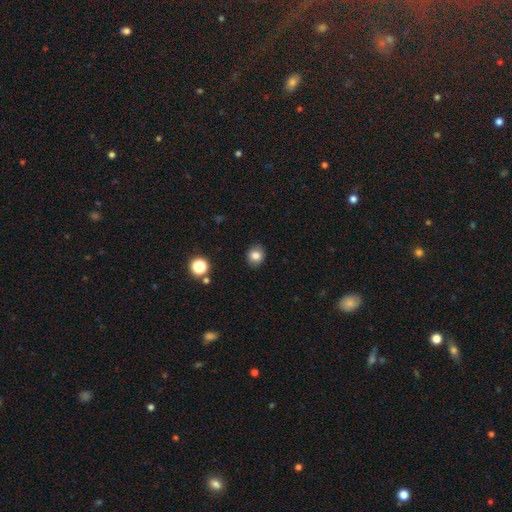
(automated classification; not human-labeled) A smooth galaxy with no disk features (81%) that is round (72%).

Vote fractions:
- Smooth or featured? smooth: 81% / star or artifact: 12% / featured or disk: 8%
- How rounded? round: 72% / in between: 27% / cigar-shaped: 1%
- Merging? none: 89% / minor disturbance: 8% / major disturbance: 2% / merger: 1%